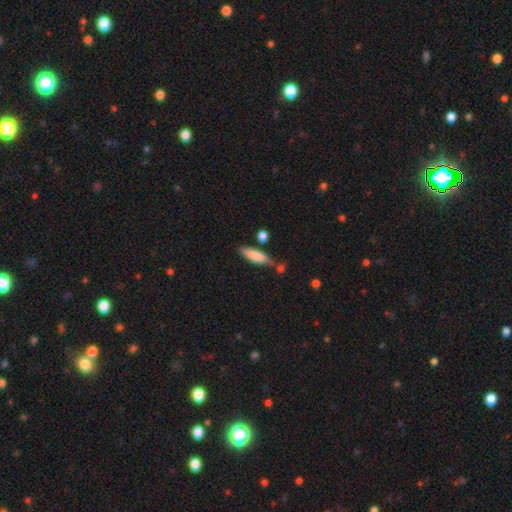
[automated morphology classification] smooth-or-featured: smooth: 83% | featured or disk: 11% | star or artifact: 6%
  how-rounded: in between: 51% | cigar-shaped: 47% | round: 2%
  merging: none: 66% | minor disturbance: 18% | merger: 12% | major disturbance: 5%